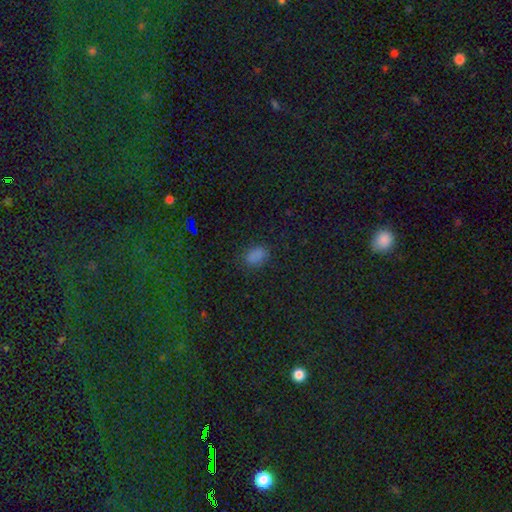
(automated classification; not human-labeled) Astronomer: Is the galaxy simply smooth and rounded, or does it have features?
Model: smooth — 76%.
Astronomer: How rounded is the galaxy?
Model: in between — 83%.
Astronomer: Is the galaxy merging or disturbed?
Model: none — 80%.